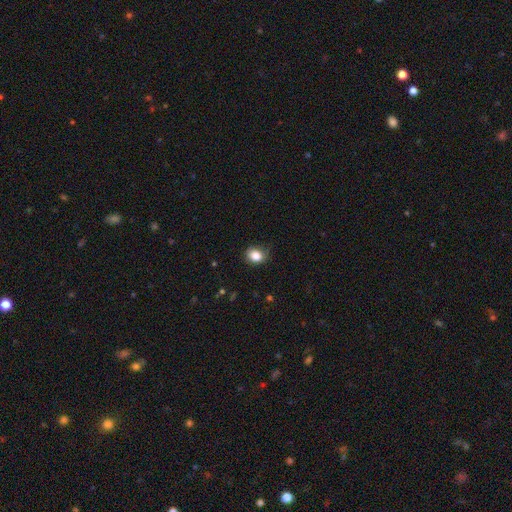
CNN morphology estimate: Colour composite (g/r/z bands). It shows a smooth galaxy with no disk features (85%) that is round (52%). Merging: none (70%).